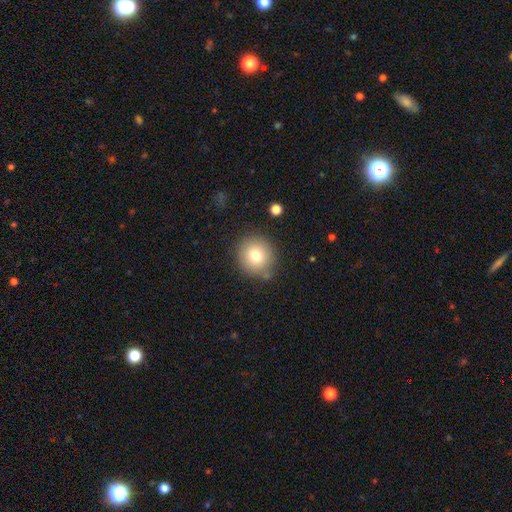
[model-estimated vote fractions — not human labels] A smooth galaxy with no disk features (76%) that is round (86%). Merging: none (81%).